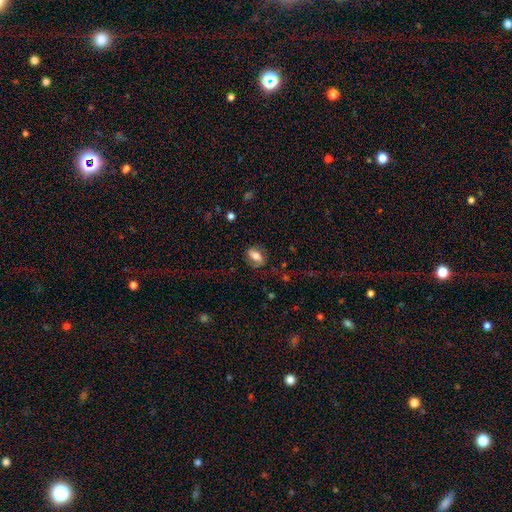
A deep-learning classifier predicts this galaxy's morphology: type=smooth (57%); roundness=in between (79%); merging=none (72%).